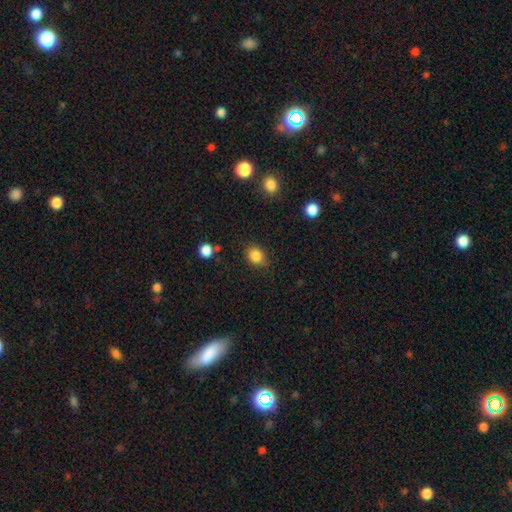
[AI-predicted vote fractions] smooth 85%, star or artifact 10%, featured or disk 5%. Down the decision tree: how rounded — round (61%); merging — none (76%).